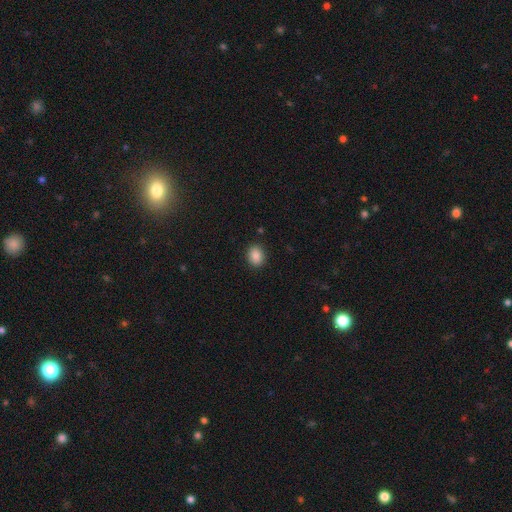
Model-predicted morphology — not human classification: Overall: smooth (88%). How rounded: in between (58%; round 41%). Merging: none (89%).